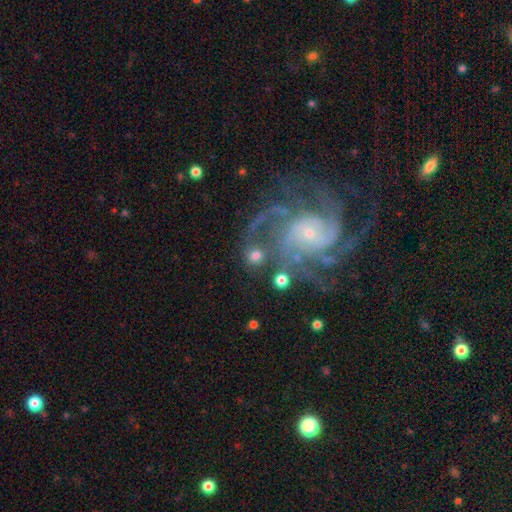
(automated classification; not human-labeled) This is likely a smooth galaxy (64%). How rounded: clearly round (88%). Merging: likely none (70%).